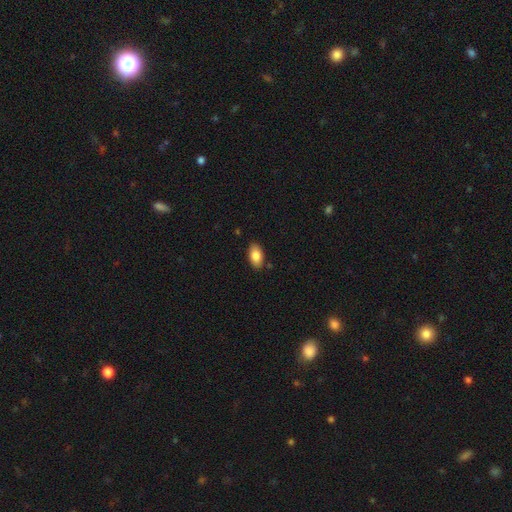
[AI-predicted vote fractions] This is clearly a smooth galaxy (85%). How rounded: clearly in between (93%). Merging: clearly none (87%).